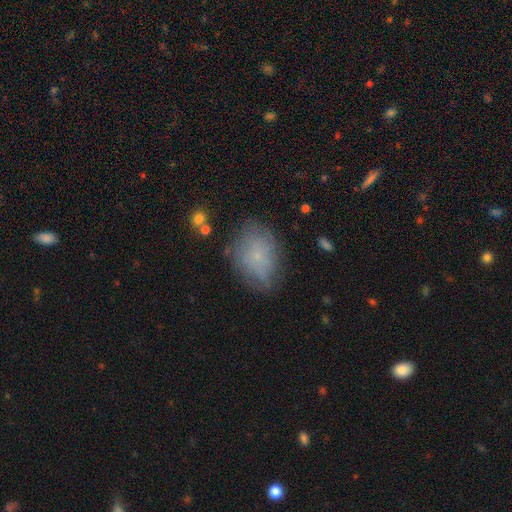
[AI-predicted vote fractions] A smooth galaxy with no disk features (64%) that is in between round and cigar-shaped (74%). Merging: none (64%).